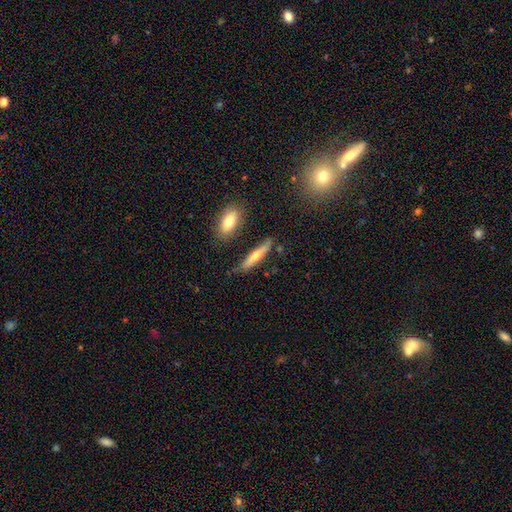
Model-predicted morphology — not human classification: Smooth or featured: smooth — 53% (featured or disk — 40%)
How rounded: cigar-shaped — 85% (in between — 13%)
Merging: none — 76% (minor disturbance — 15%)